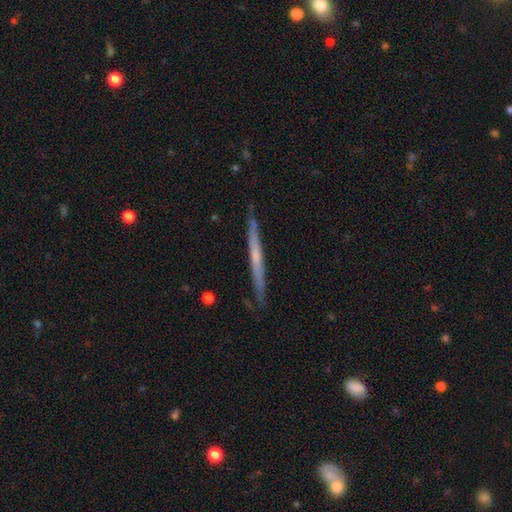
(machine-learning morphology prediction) Q: Smooth or featured?
A: featured or disk (62%); runner-up: smooth (32%)
Q: Edge-on disk?
A: yes (98%); runner-up: no (2%)
Q: Edge-on bulge?
A: none (68%); runner-up: rounded (26%)
Q: Merging?
A: none (88%); runner-up: minor disturbance (9%)